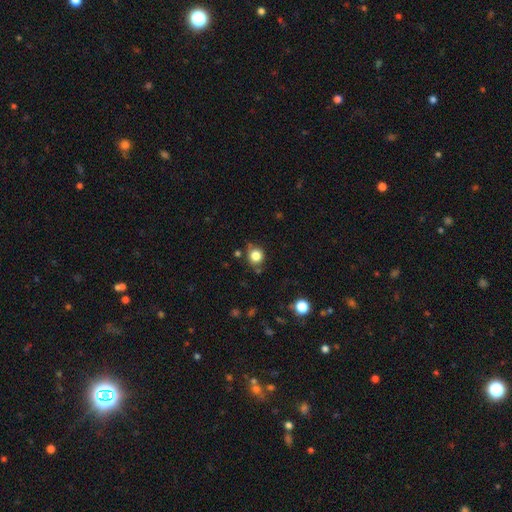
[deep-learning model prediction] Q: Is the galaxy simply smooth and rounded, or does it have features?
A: smooth — 82%.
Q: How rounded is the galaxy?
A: round — 85%.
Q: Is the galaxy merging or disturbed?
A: none — 76%.